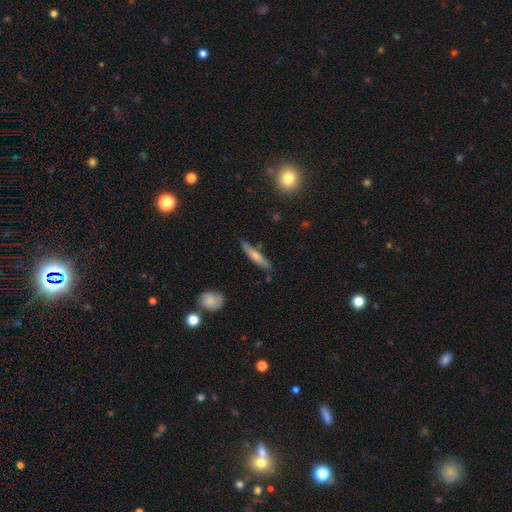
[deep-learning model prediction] Smooth or featured: smooth — 63% (featured or disk — 31%)
How rounded: cigar-shaped — 87% (in between — 11%)
Merging: none — 78% (minor disturbance — 16%)